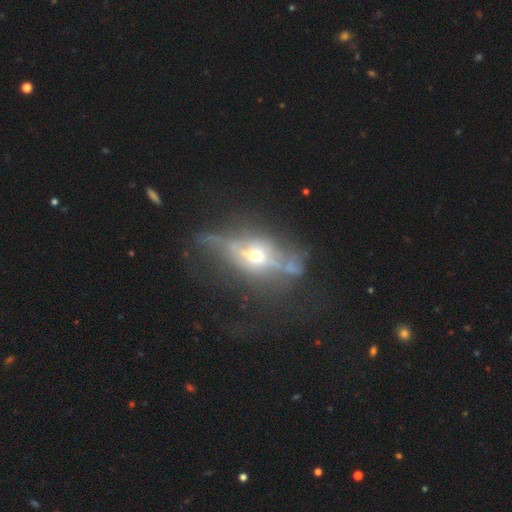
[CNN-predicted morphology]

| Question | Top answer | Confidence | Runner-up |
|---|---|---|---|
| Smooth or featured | featured or disk | 78% | smooth (14%) |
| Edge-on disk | yes | 70% | no (30%) |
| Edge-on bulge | rounded | 88% | boxy (9%) |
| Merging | none | 45% | major disturbance (26%) |